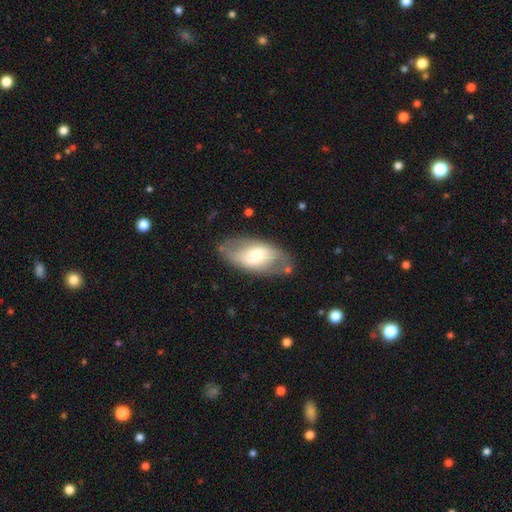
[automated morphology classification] smooth-or-featured: smooth: 48% | featured or disk: 46% | star or artifact: 6%
  merging: none: 72% | minor disturbance: 18% | major disturbance: 8% | merger: 3%